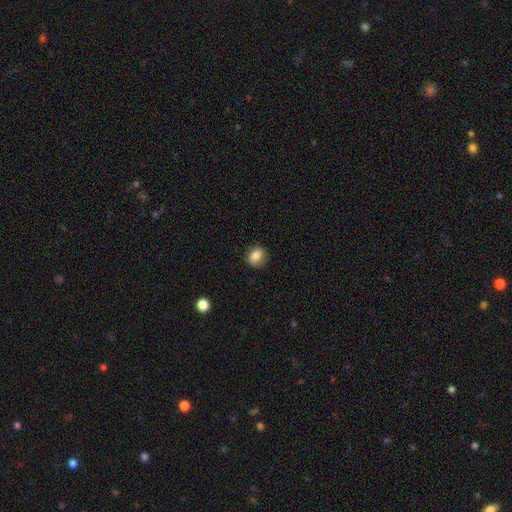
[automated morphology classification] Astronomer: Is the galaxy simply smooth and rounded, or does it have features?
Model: smooth — 83%.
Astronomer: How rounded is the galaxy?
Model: round — 64%.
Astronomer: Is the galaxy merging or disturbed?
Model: none — 83%.